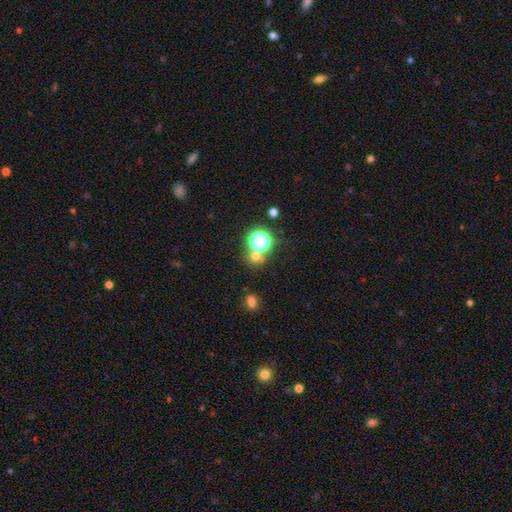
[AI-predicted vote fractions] Smooth or featured: smooth — 56% (star or artifact — 36%)
How rounded: round — 85% (in between — 14%)
Merging: none — 63% (merger — 24%)